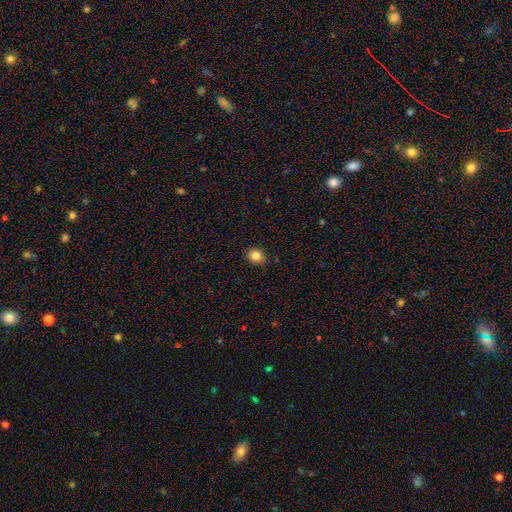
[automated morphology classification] Q: Smooth or featured?
A: smooth (83%); runner-up: star or artifact (11%)
Q: How rounded?
A: round (71%); runner-up: in between (28%)
Q: Merging?
A: none (88%); runner-up: minor disturbance (9%)